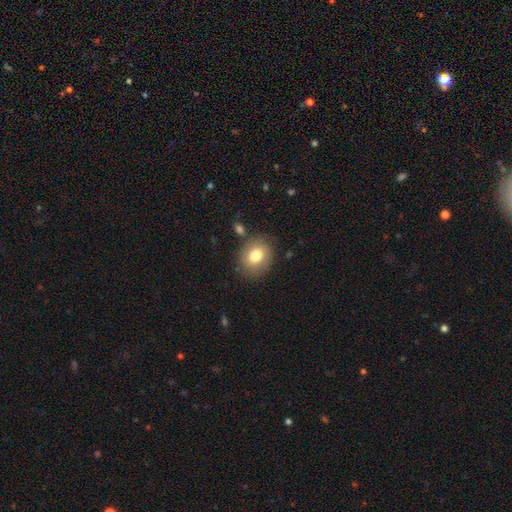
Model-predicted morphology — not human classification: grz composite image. It shows a smooth galaxy with no disk features (79%) that is round (58%). Merging: none (80%).